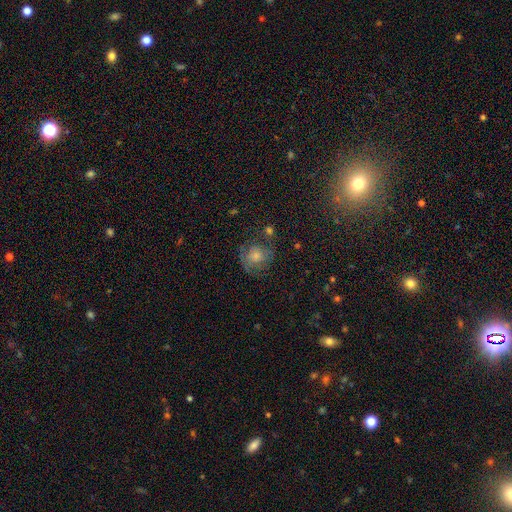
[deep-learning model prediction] The model was most divided on "smooth or featured" (2-way tie): smooth: 38%, featured or disk: 38%, star or artifact: 24%. More confident: merging — none (69%).